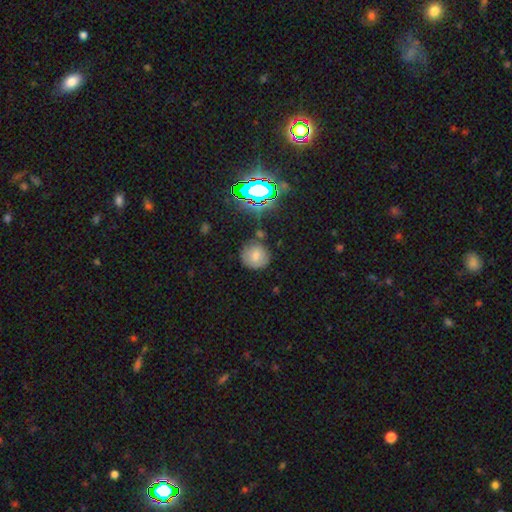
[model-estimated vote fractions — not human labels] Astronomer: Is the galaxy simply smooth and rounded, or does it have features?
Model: smooth — 69%.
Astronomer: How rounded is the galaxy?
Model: round — 89%.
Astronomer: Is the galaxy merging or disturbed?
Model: none — 76%.